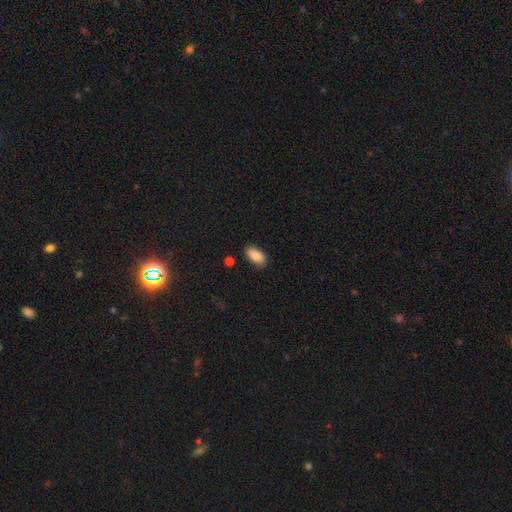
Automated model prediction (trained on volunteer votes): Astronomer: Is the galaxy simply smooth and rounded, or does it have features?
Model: smooth — 86%.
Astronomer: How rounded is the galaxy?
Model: in between — 93%.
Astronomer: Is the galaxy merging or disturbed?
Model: none — 79%.